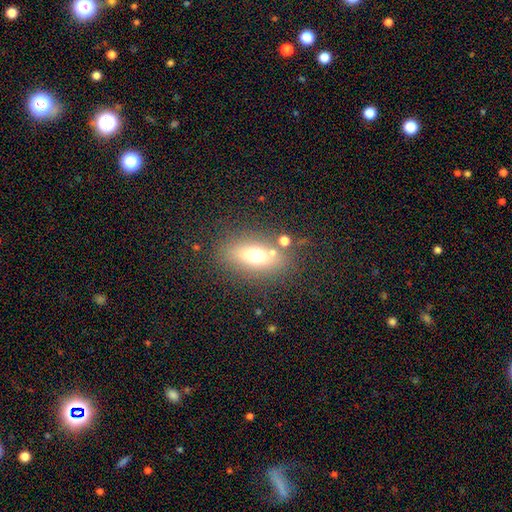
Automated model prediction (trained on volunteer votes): Smooth or featured: smooth — 60% (featured or disk — 24%)
How rounded: in between — 71% (round — 17%)
Merging: none — 73% (minor disturbance — 12%)